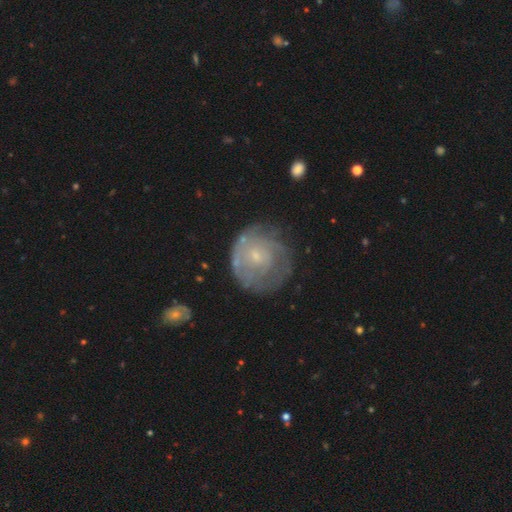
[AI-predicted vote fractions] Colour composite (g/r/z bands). It shows a featured or disk galaxy (68%) with no bar (74%), spiral arms (73%) and a small central bulge (71%). Merging: none (62%).